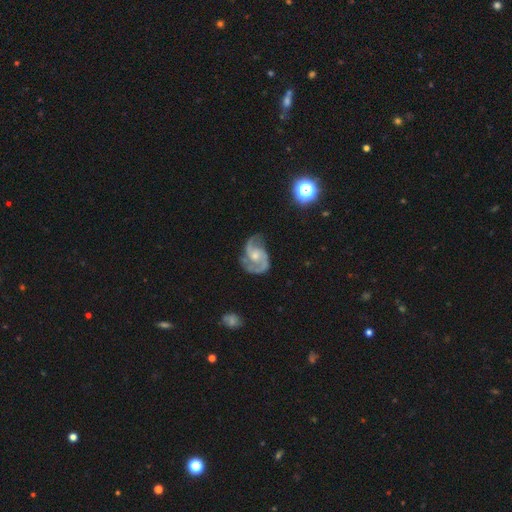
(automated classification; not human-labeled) The model was most divided on "bulge size": moderate: 53%, small: 37%, none: 5%, large: 4%, dominant: 1%. More confident: edge-on disk — no (98%); spiral arms — yes (97%); smooth or featured — featured or disk (89%); spiral arm count — 2 (85%); merging — none (64%); bar — no (60%); spiral winding — medium (57%).